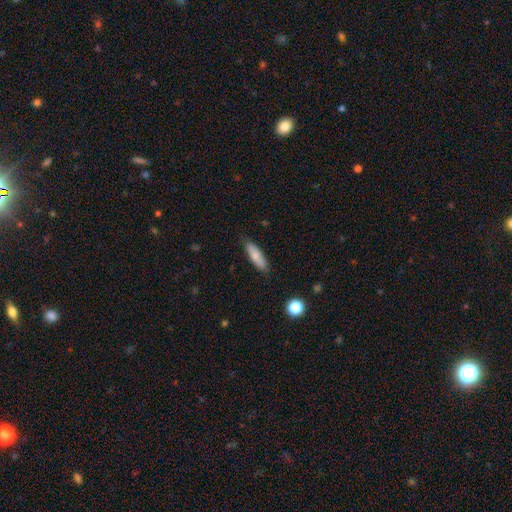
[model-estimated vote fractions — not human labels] A smooth galaxy with no disk features (77%) that is cigar-shaped (58%). Merging: none (84%).